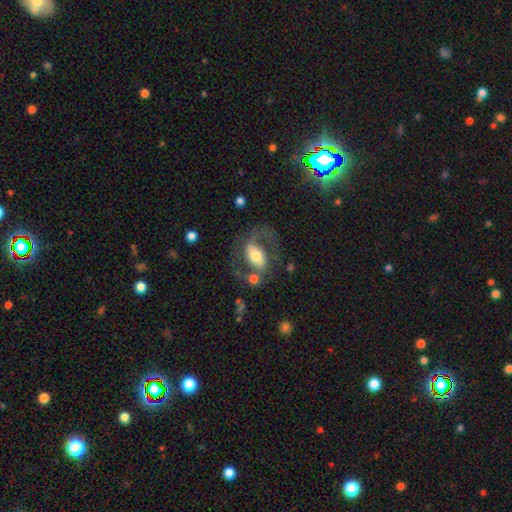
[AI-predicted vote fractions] smooth-or-featured: featured or disk: 67% | smooth: 26% | star or artifact: 7%
  disk-edge-on: no: 94% | yes: 6%
    bar: strong: 43% | weak: 32% | no: 25%
    has-spiral-arms: yes: 75% | no: 25%
    bulge-size: moderate: 58% | large: 22% | small: 16% | dominant: 3% | none: 2%
  merging: none: 57% | major disturbance: 18% | minor disturbance: 17% | merger: 8%